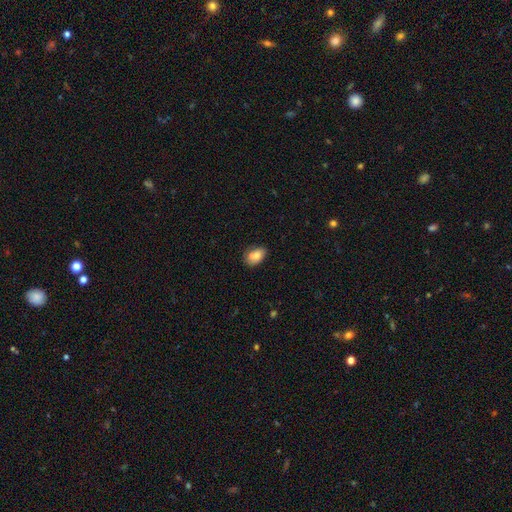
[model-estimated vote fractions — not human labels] Smooth or featured?
  - smooth: 84% *
  - featured or disk: 9%
  - star or artifact: 8%
How rounded?
  - in between: 87% *
  - round: 11%
  - cigar-shaped: 1%
Merging?
  - none: 77% *
  - minor disturbance: 19%
  - major disturbance: 3%
  - merger: 1%